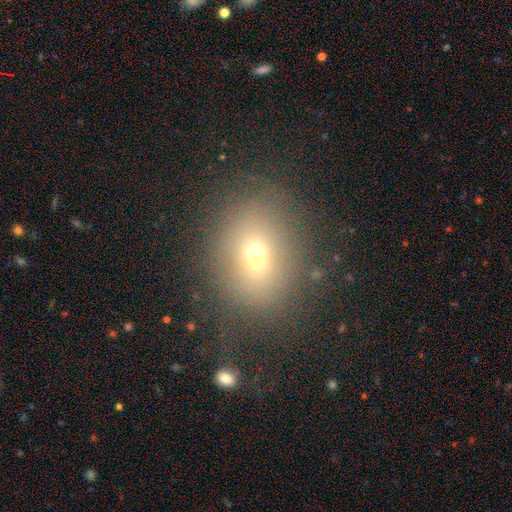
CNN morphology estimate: smooth 65%, star or artifact 19%, featured or disk 16%. Down the decision tree: how rounded — in between (54%); merging — none (77%).